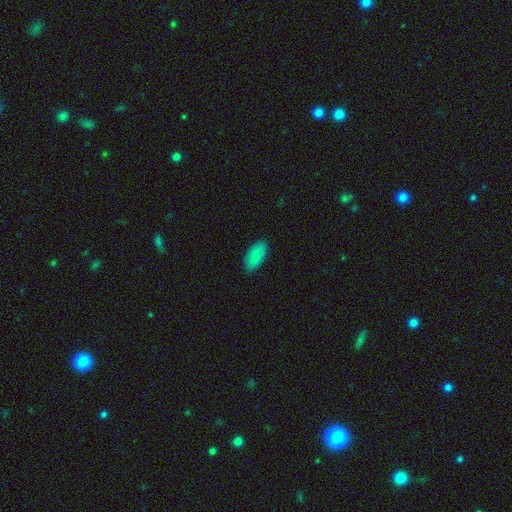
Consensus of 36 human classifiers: smooth-or-featured: smooth: 86% | featured or disk: 11% | star or artifact: 3%
  how-rounded: in between: 97% | round: 3% | cigar-shaped: 0%
  merging: none: 89% | minor disturbance: 6% | major disturbance: 6% | merger: 0%